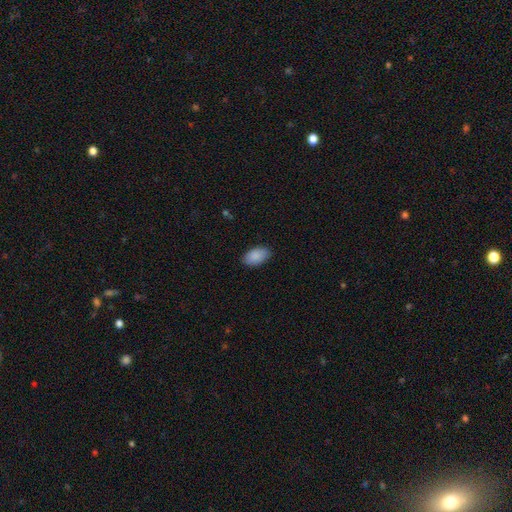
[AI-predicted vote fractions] Q: Smooth or featured?
A: smooth (89%); runner-up: star or artifact (6%)
Q: How rounded?
A: in between (94%); runner-up: round (4%)
Q: Merging?
A: none (86%); runner-up: minor disturbance (11%)